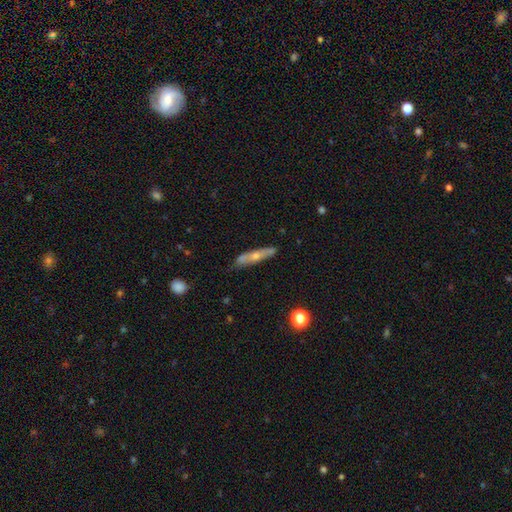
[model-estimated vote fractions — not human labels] A featured or disk galaxy (52%) viewed edge-on (80%).

Vote fractions:
- Smooth or featured? featured or disk: 52% / smooth: 41% / star or artifact: 7%
- Edge-on disk? yes: 80% / no: 20%
- Merging? none: 77% / minor disturbance: 17% / major disturbance: 3% / merger: 2%